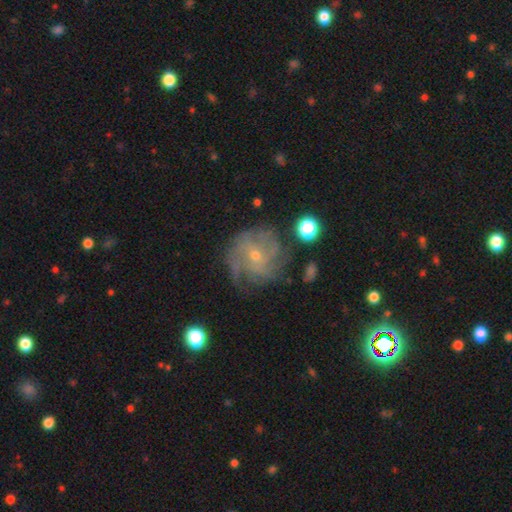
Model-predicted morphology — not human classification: This appears to be a featured or disk galaxy (77%) with no bar (73%), tight (45%) spiral arms (90%) and a small central bulge (73%). Merging: none (63%).